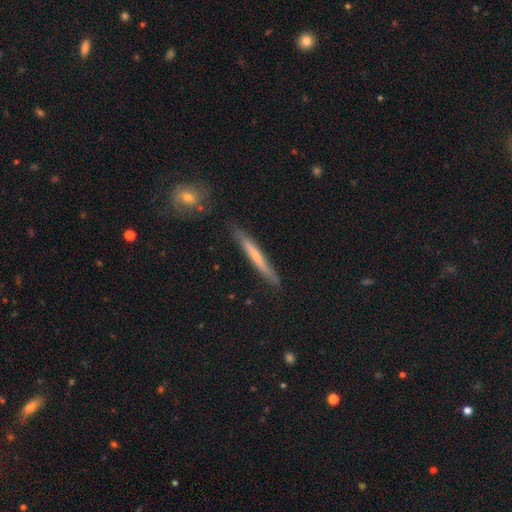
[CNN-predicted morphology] smooth-or-featured: smooth: 51% | featured or disk: 44% | star or artifact: 6%
  how-rounded: cigar-shaped: 96% | in between: 3% | round: 1%
  merging: none: 84% | minor disturbance: 12% | merger: 2% | major disturbance: 2%